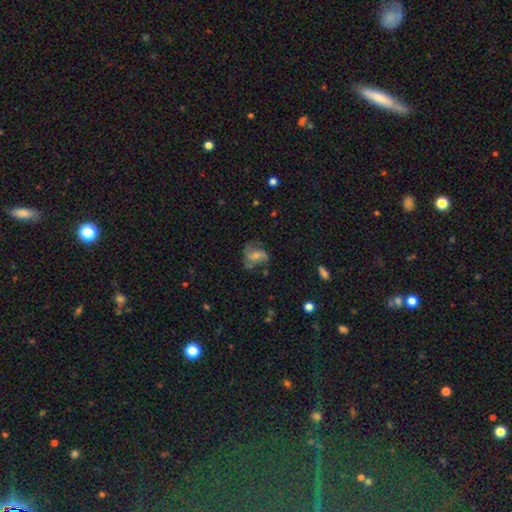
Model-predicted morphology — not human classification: featured or disk 67%, smooth 22%, star or artifact 12%. Down the decision tree: edge-on disk — no (97%); bar — no (55%); spiral arms — yes (89%); spiral arm count — 2 (51%); spiral winding — medium (47%); bulge size — small (48%); merging — none (57%).